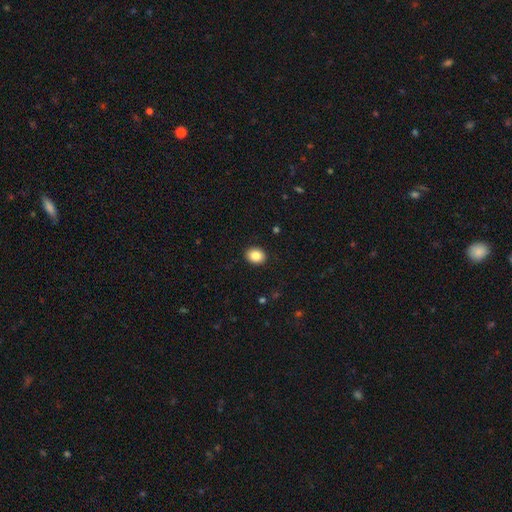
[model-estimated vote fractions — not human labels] Q: Smooth or featured?
A: smooth (85%); runner-up: star or artifact (9%)
Q: How rounded?
A: round (55%); runner-up: in between (44%)
Q: Merging?
A: none (91%); runner-up: minor disturbance (6%)